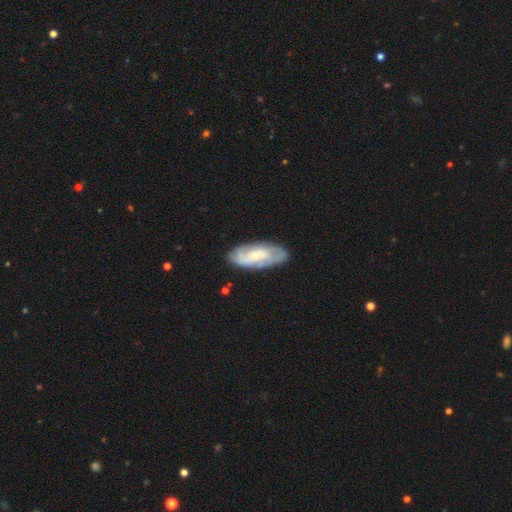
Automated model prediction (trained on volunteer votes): Overall: featured or disk (63%; smooth 31%). Edge-on disk: no (91%). Bar: no (60%; weak 33%). Spiral arms: yes (85%). Bulge size: small (57%; moderate 30%). Merging: none (77%).